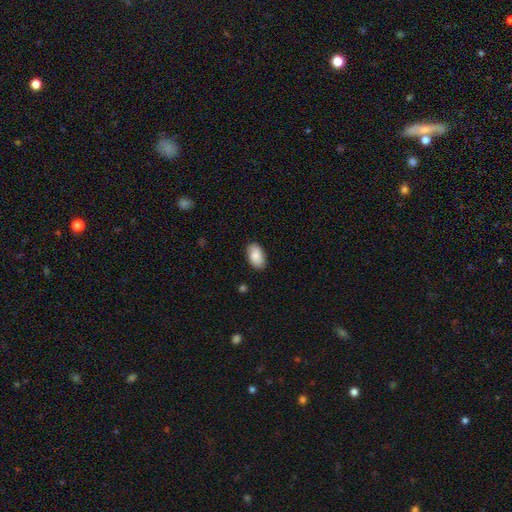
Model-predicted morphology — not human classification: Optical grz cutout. It shows a smooth galaxy with no disk features (86%) that is in between round and cigar-shaped (93%). Merging: none (86%).